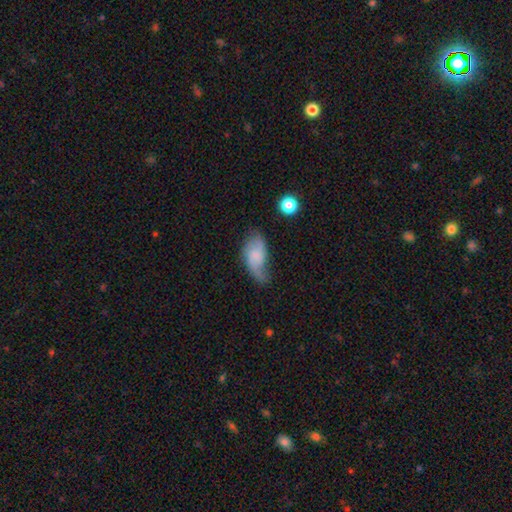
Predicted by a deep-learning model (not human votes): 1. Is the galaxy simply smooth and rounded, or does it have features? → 48% featured or disk, 44% smooth, 8% star or artifact.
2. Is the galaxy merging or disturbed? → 43% none, 34% minor disturbance, 20% major disturbance, 3% merger.